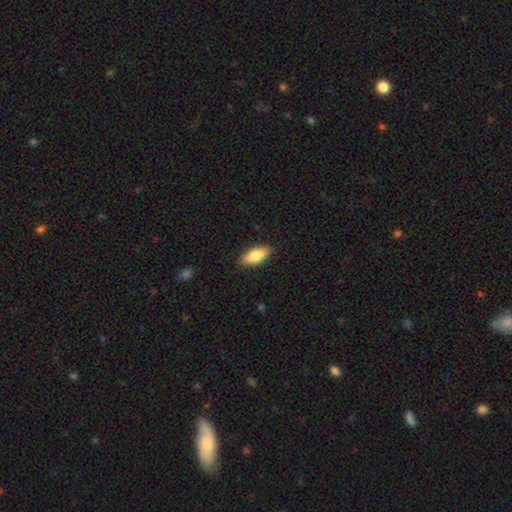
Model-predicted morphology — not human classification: A smooth galaxy with no disk features (83%) that is in between round and cigar-shaped (83%). Merging: none (87%).